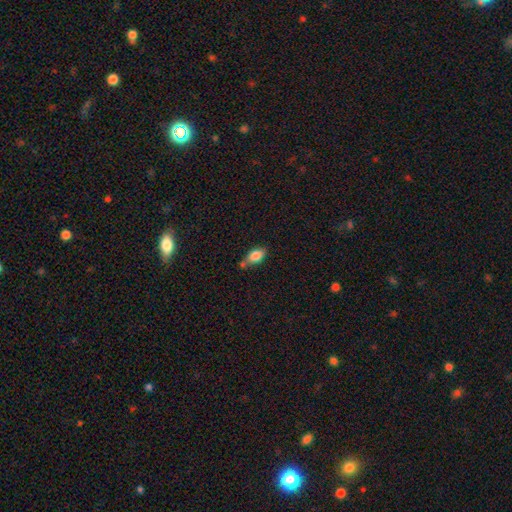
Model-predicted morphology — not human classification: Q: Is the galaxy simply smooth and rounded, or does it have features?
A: smooth — 81%.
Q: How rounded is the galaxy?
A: in between — 86%.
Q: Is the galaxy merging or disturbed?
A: none — 53%.